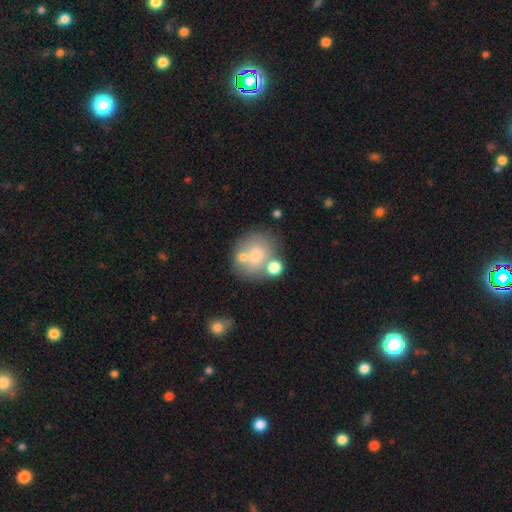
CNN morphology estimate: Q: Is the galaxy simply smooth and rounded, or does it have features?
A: smooth — 63%.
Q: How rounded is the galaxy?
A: round — 70%.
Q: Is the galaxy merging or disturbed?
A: none — 56%.